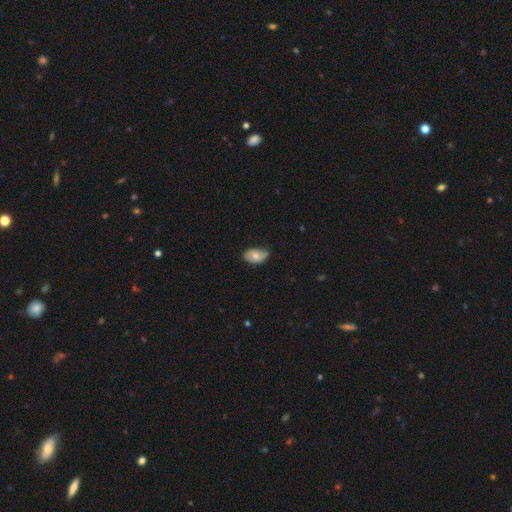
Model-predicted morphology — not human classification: Q: Smooth or featured?
A: smooth (64%); runner-up: featured or disk (28%)
Q: How rounded?
A: in between (91%); runner-up: round (7%)
Q: Merging?
A: none (63%); runner-up: minor disturbance (31%)